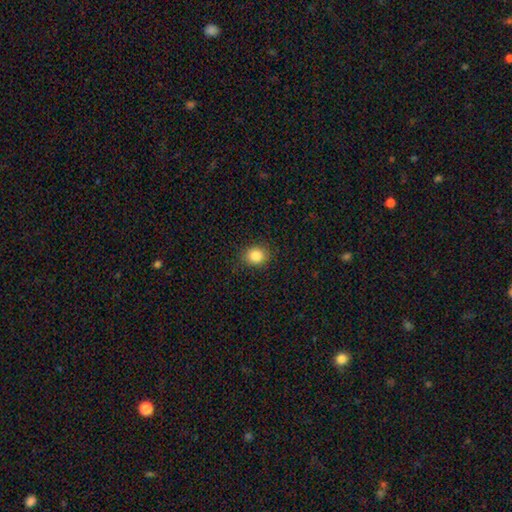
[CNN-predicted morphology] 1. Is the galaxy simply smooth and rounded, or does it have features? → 84% smooth, 11% star or artifact, 5% featured or disk.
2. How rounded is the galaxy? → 69% round, 30% in between, 1% cigar-shaped.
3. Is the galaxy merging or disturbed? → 87% none, 9% minor disturbance, 2% major disturbance, 1% merger.